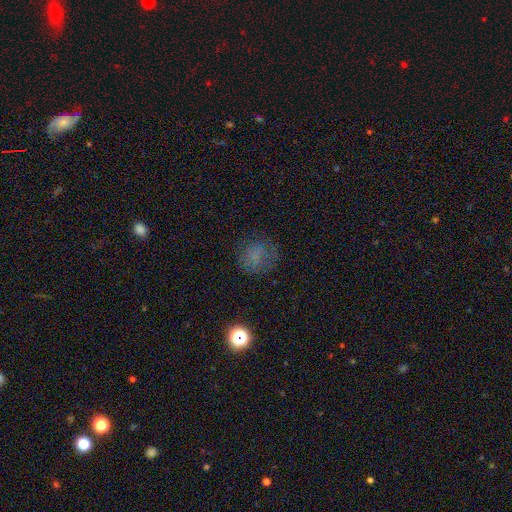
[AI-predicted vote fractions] smooth_or_featured: smooth (p=0.61) [alt: star or artifact p=0.23]
how_rounded: round (p=0.84) [alt: in between p=0.15]
merging: none (p=0.73) [alt: minor disturbance p=0.16]